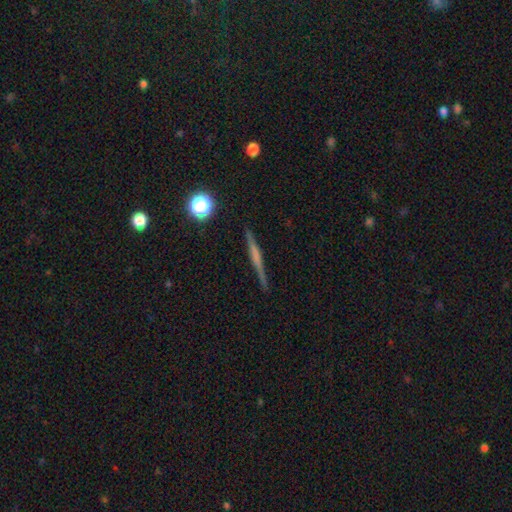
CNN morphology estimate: Smooth or featured? Predicted: featured or disk (p=0.57). Edge-on disk? Predicted: yes (p=0.97). Edge-on bulge? Predicted: none (p=0.60). Merging? Predicted: none (p=0.90).